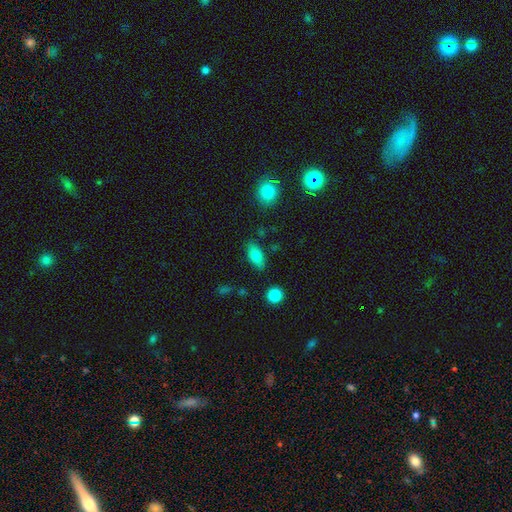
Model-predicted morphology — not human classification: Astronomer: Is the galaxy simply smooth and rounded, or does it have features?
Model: smooth — 76%.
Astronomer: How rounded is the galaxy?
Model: in between — 84%.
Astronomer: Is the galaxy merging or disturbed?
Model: none — 83%.